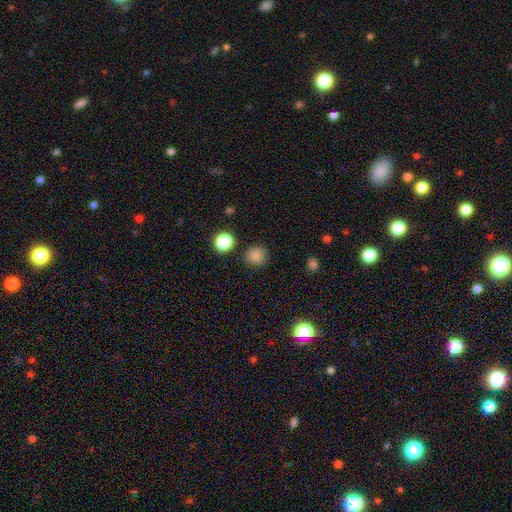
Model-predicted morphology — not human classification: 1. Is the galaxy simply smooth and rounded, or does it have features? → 84% smooth, 13% star or artifact, 3% featured or disk.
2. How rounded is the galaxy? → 92% round, 7% in between, 1% cigar-shaped.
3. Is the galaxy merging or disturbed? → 88% none, 8% minor disturbance, 3% major disturbance, 2% merger.